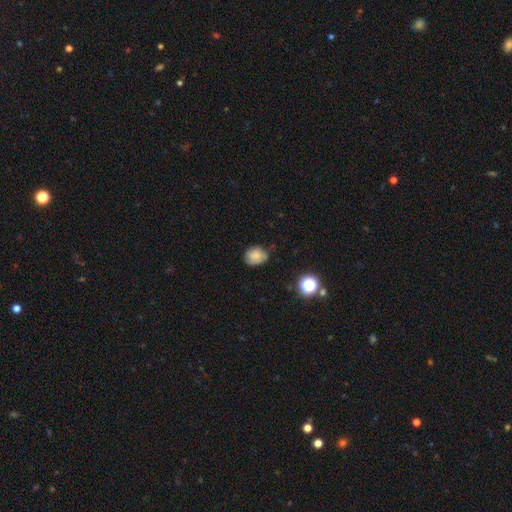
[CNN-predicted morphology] Smooth or featured? smooth (74%)
How rounded? round (55%)
Merging? none (65%)